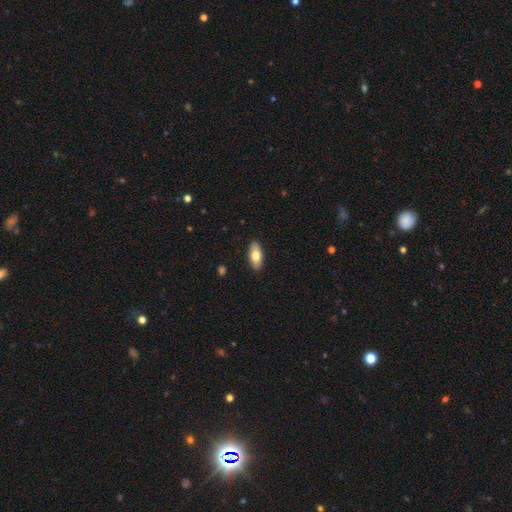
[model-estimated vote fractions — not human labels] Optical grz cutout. It shows a smooth galaxy with no disk features (74%) that is in between round and cigar-shaped (84%). Merging: none (90%).